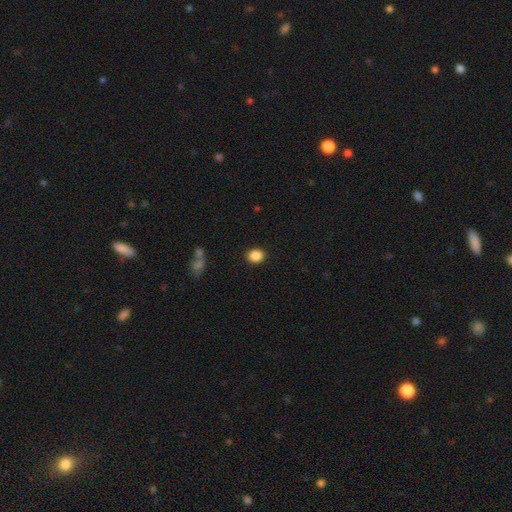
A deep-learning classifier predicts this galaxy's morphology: smooth-or-featured: smooth: 87% | star or artifact: 9% | featured or disk: 3%
  how-rounded: round: 65% | in between: 34% | cigar-shaped: 1%
  merging: none: 90% | minor disturbance: 7% | major disturbance: 2% | merger: 1%